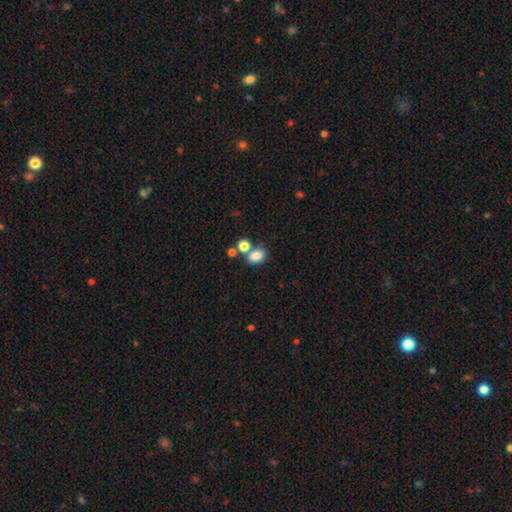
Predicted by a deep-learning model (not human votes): smooth_or_featured: smooth (p=0.82) [alt: star or artifact p=0.11]
how_rounded: in between (p=0.75) [alt: round p=0.23]
merging: none (p=0.53) [alt: merger p=0.30]